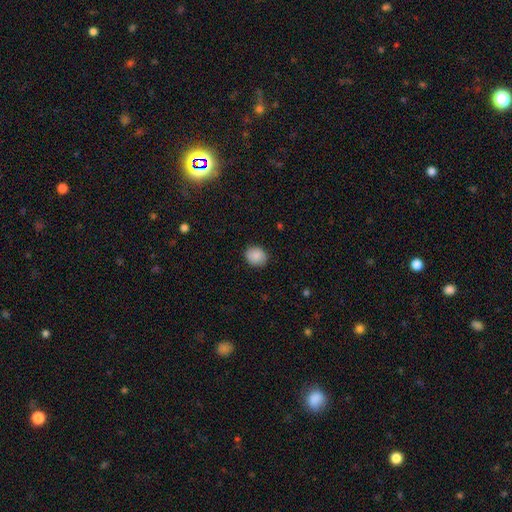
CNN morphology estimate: Smooth or featured: smooth — 88% (star or artifact — 8%)
How rounded: round — 68% (in between — 31%)
Merging: none — 88% (minor disturbance — 9%)